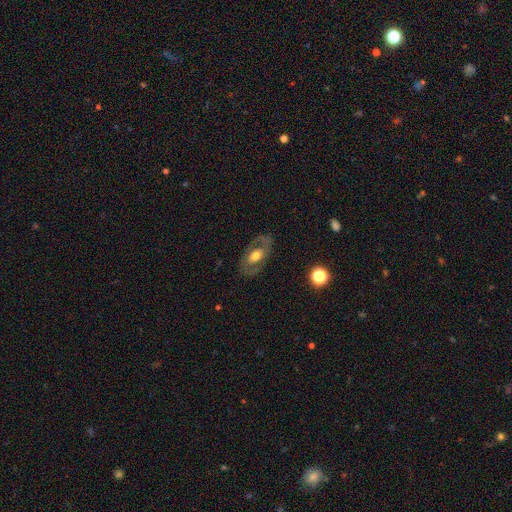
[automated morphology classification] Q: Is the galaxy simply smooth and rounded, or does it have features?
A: featured or disk — 64%.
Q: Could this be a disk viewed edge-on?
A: no — 91%.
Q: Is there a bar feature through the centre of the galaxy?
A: no — 65%.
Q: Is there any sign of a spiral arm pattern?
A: no — 53%.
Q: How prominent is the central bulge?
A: moderate — 60%.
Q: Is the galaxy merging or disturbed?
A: none — 78%.